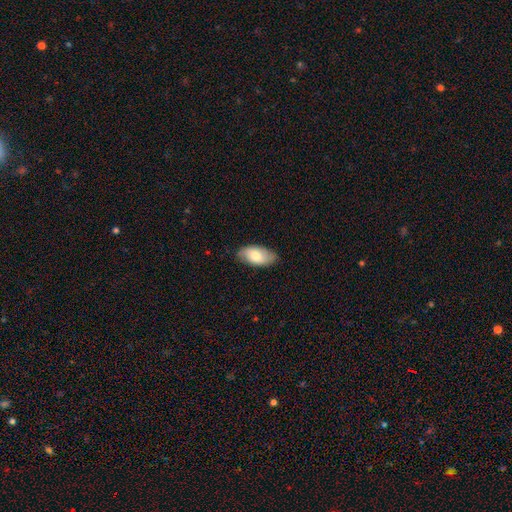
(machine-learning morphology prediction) A smooth galaxy with no disk features (69%) that is in between round and cigar-shaped (94%).

Vote fractions:
- Smooth or featured? smooth: 69% / featured or disk: 25% / star or artifact: 6%
- How rounded? in between: 94% / cigar-shaped: 3% / round: 3%
- Merging? none: 80% / minor disturbance: 16% / major disturbance: 3% / merger: 1%